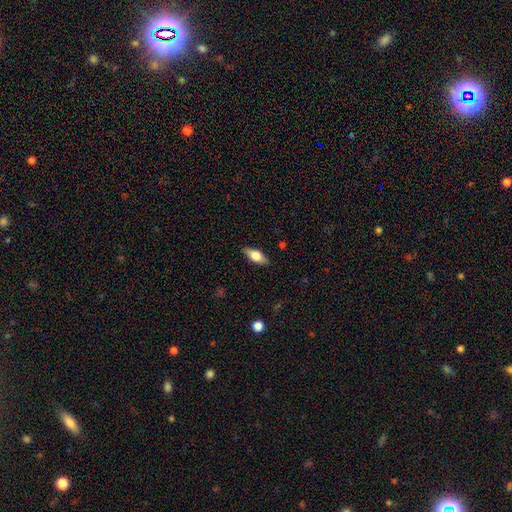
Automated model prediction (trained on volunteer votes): smooth-or-featured: smooth: 64% | featured or disk: 29% | star or artifact: 7%
  how-rounded: in between: 77% | cigar-shaped: 19% | round: 3%
  merging: none: 87% | minor disturbance: 10% | major disturbance: 2% | merger: 1%